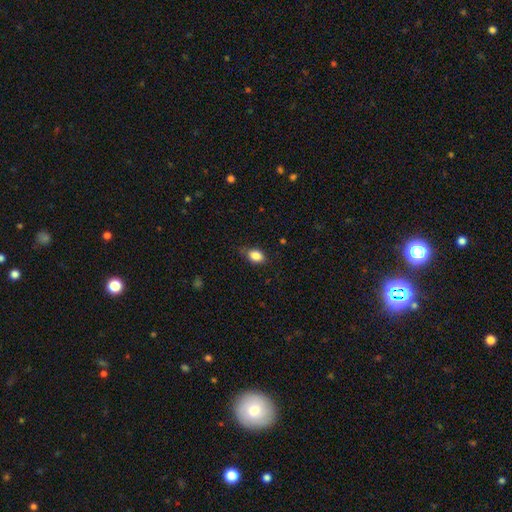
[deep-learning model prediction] Overall: smooth (85%). How rounded: in between (72%). Merging: none (70%).